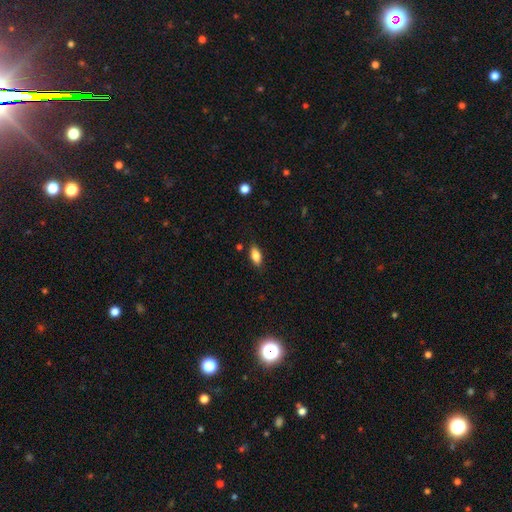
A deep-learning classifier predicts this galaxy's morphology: A smooth galaxy with no disk features (84%) that is in between round and cigar-shaped (87%). Merging: none (84%).